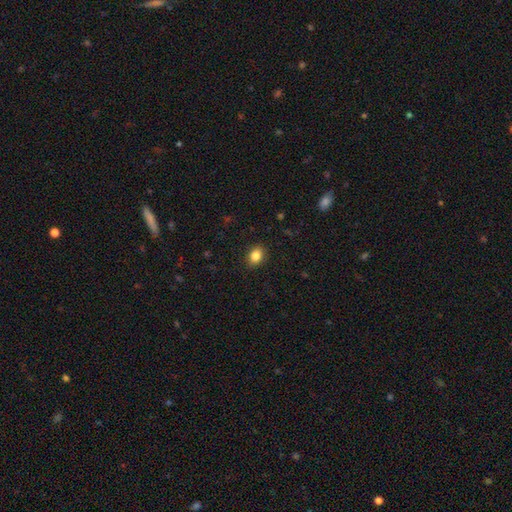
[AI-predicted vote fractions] Morphology: type=smooth (85%); roundness=in between (65%); merging=none (90%).